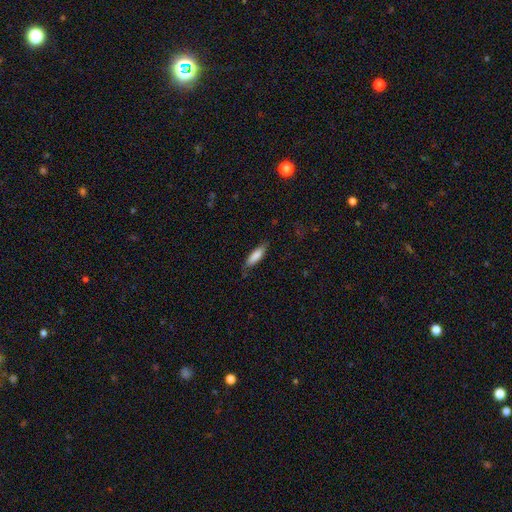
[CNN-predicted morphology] This appears to be a smooth galaxy with no disk features (82%) that is cigar-shaped (58%). Merging: none (78%).